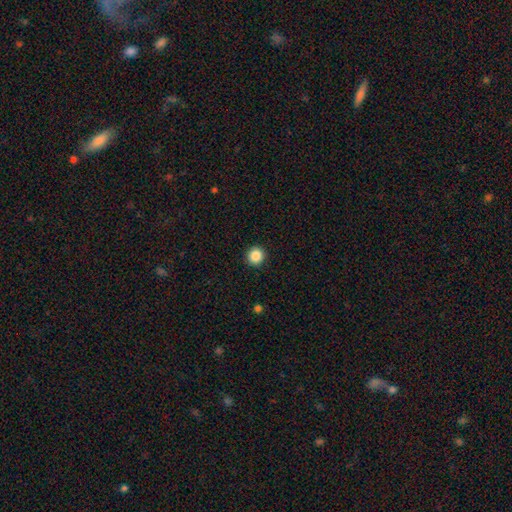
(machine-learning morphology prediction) Smooth or featured? smooth (87%)
How rounded? round (94%)
Merging? none (93%)